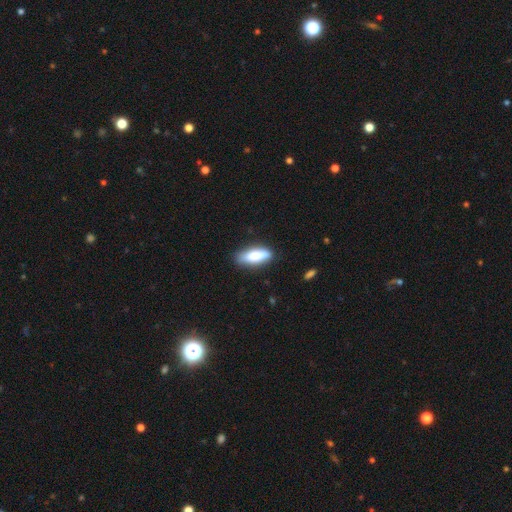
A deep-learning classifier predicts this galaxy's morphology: The model was most divided on "how rounded": in between: 58%, cigar-shaped: 40%, round: 2%. More confident: smooth or featured — smooth (82%); merging — none (80%).